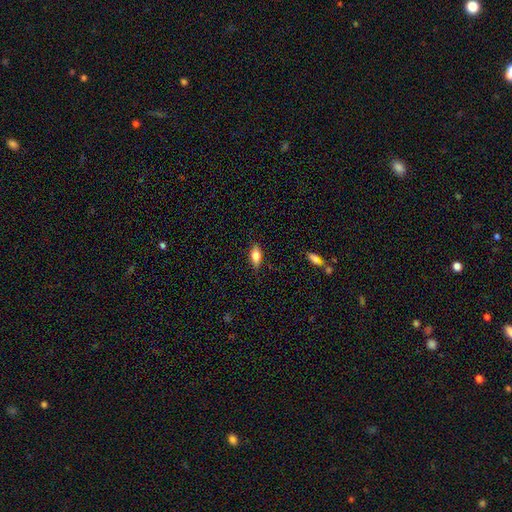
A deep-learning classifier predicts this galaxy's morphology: A smooth galaxy with no disk features (77%) that is in between round and cigar-shaped (82%).

Vote fractions:
- Smooth or featured? smooth: 77% / featured or disk: 15% / star or artifact: 8%
- How rounded? in between: 82% / cigar-shaped: 14% / round: 3%
- Merging? none: 83% / minor disturbance: 13% / major disturbance: 3% / merger: 1%